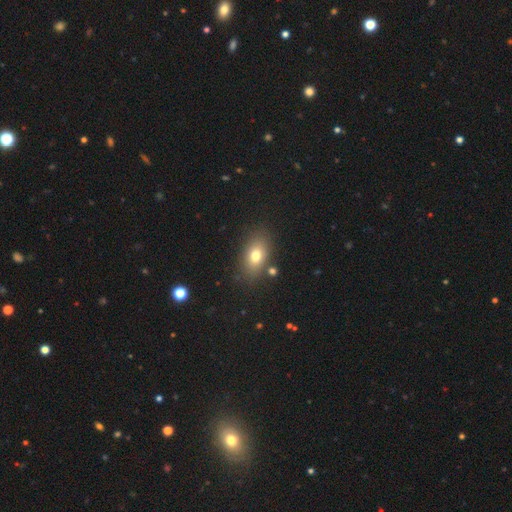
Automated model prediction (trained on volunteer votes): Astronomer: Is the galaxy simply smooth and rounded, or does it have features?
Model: smooth — 74%.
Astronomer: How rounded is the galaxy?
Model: in between — 83%.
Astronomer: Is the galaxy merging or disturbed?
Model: none — 80%.